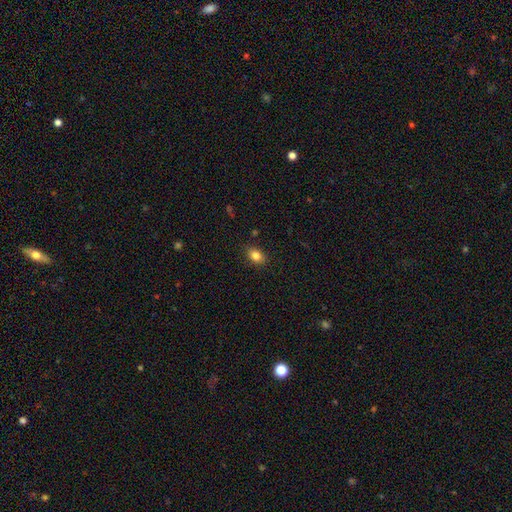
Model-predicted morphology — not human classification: smooth_or_featured: smooth (p=0.84) [alt: star or artifact p=0.10]
how_rounded: in between (p=0.75) [alt: round p=0.24]
merging: none (p=0.86) [alt: minor disturbance p=0.10]